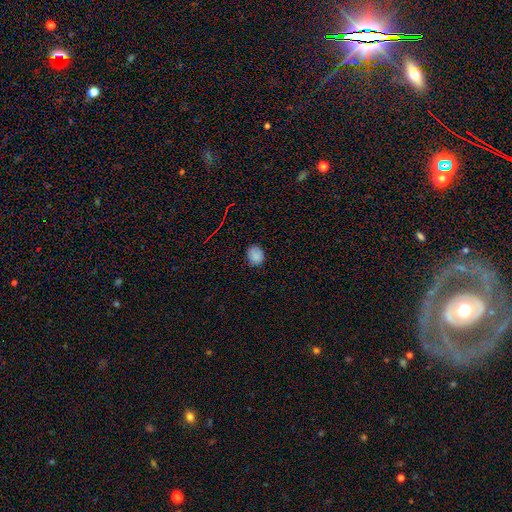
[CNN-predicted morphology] smooth_or_featured: smooth (p=0.82) [alt: star or artifact p=0.13]
how_rounded: round (p=0.63) [alt: in between p=0.36]
merging: none (p=0.81) [alt: minor disturbance p=0.16]